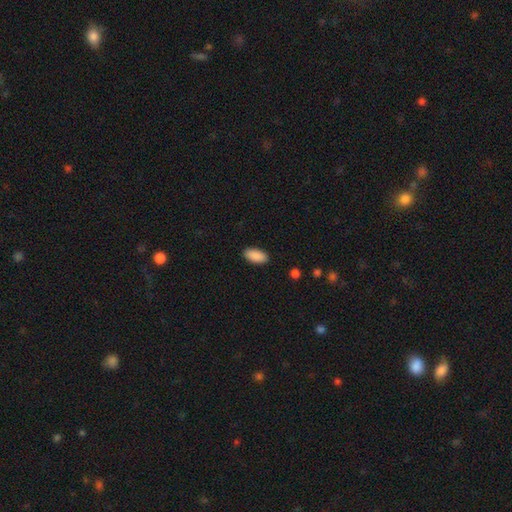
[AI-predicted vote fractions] smooth_or_featured: smooth (p=0.91) [alt: star or artifact p=0.06]
how_rounded: in between (p=0.92) [alt: cigar-shaped p=0.06]
merging: none (p=0.89) [alt: minor disturbance p=0.08]